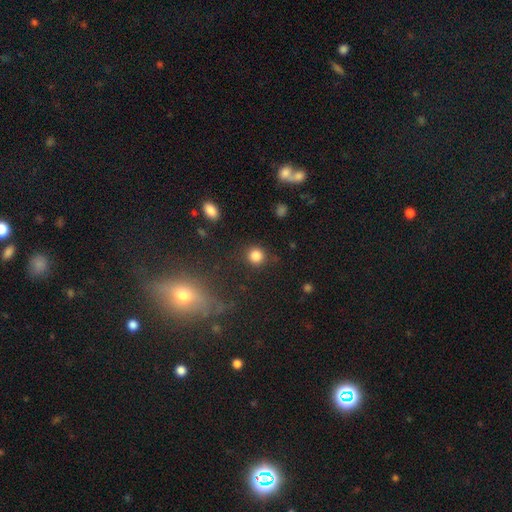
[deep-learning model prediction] Q: Smooth or featured?
A: smooth (84%); runner-up: star or artifact (12%)
Q: How rounded?
A: round (89%); runner-up: in between (10%)
Q: Merging?
A: none (86%); runner-up: minor disturbance (8%)